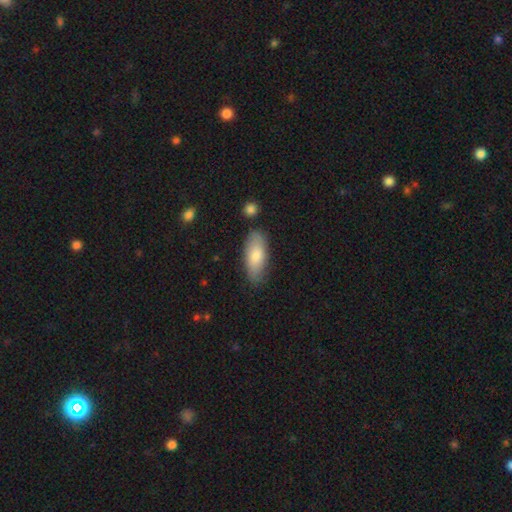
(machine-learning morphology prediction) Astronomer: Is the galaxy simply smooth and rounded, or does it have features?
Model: smooth — 80%.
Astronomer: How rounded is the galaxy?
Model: in between — 80%.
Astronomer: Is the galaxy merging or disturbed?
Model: none — 79%.